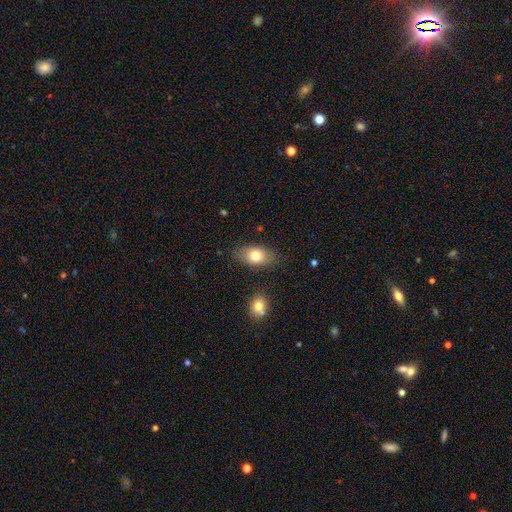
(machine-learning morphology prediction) Q: Smooth or featured?
A: smooth (78%); runner-up: featured or disk (14%)
Q: How rounded?
A: in between (88%); runner-up: round (10%)
Q: Merging?
A: none (79%); runner-up: minor disturbance (14%)